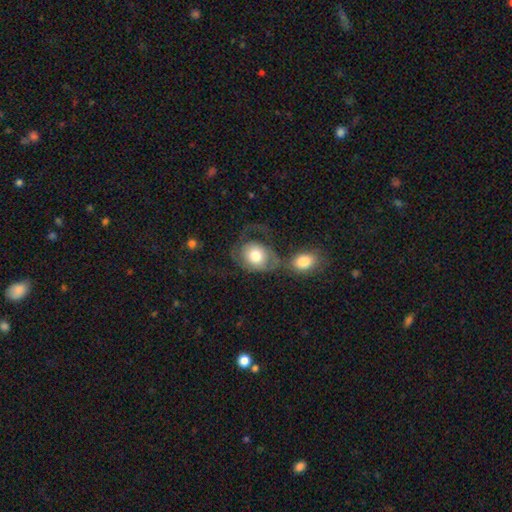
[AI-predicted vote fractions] Smooth or featured: smooth — 53% (featured or disk — 40%)
How rounded: round — 53% (in between — 46%)
Merging: merger — 35% (major disturbance — 26%)